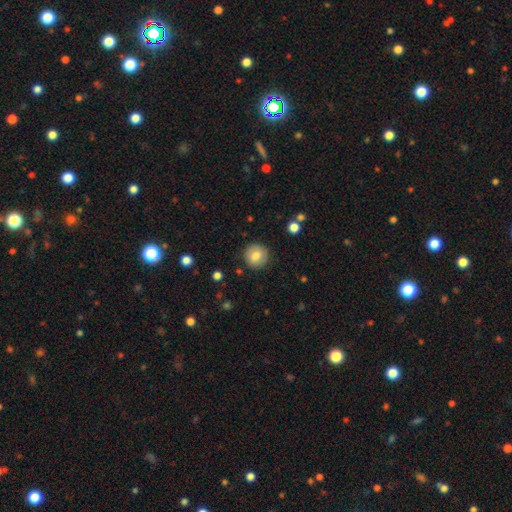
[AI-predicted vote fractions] The model was most divided on "smooth or featured": smooth: 81%, featured or disk: 11%, star or artifact: 8%. More confident: how rounded — round (93%); merging — none (89%).